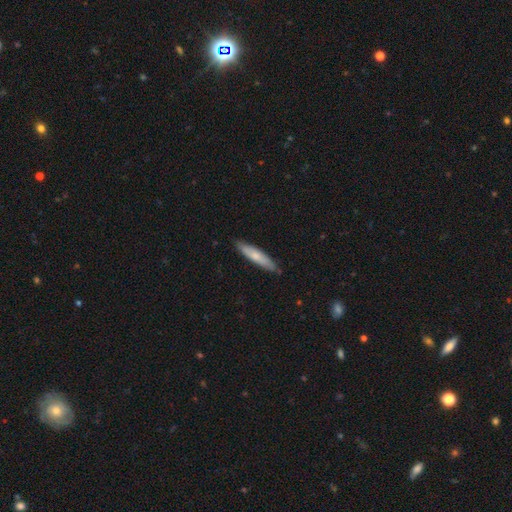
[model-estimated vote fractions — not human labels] Smooth or featured: smooth — 68% (featured or disk — 27%)
How rounded: cigar-shaped — 86% (in between — 13%)
Merging: none — 86% (minor disturbance — 11%)